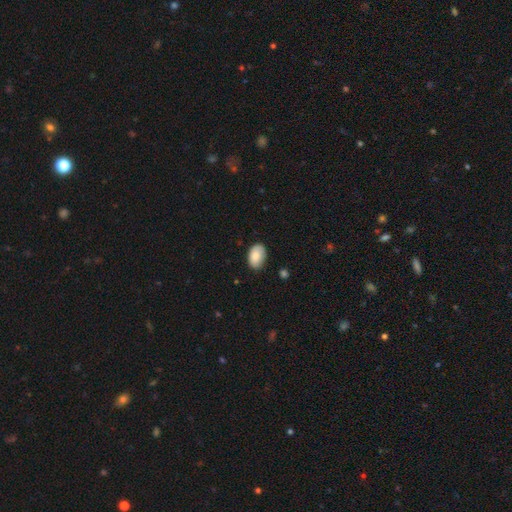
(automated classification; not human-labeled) Smooth or featured? smooth (84%)
How rounded? in between (90%)
Merging? none (81%)